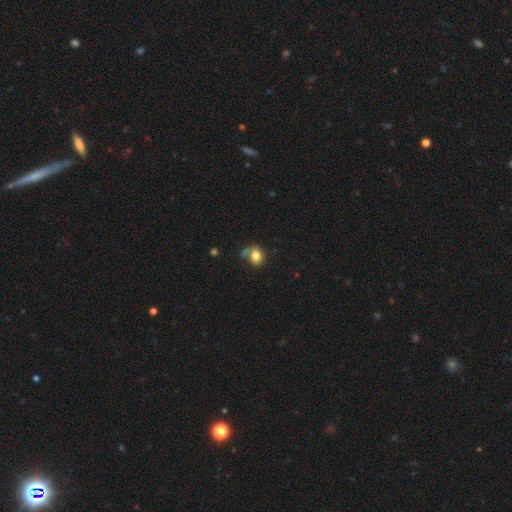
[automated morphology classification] Smooth or featured? smooth (72%)
How rounded? round (56%)
Merging? none (47%)